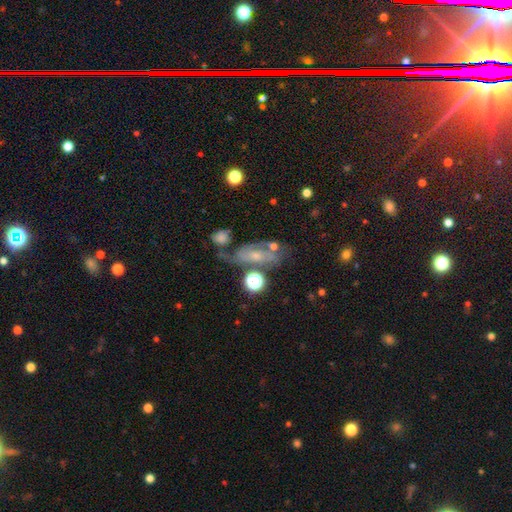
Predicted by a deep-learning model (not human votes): Smooth or featured? Predicted: featured or disk (p=0.65). Edge-on disk? Predicted: no (p=0.89). Bar? Predicted: no (p=0.54). Spiral arms? Predicted: yes (p=0.83). Bulge size? Predicted: small (p=0.54). Merging? Predicted: none (p=0.47).